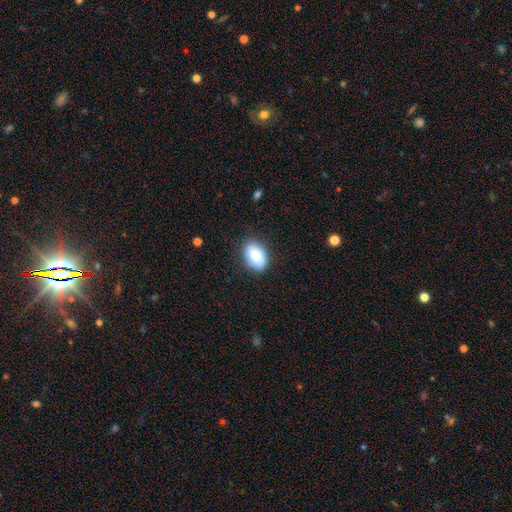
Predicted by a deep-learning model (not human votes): The model was most divided on "merging": none: 82%, minor disturbance: 14%, major disturbance: 3%, merger: 1%. More confident: how rounded — in between (86%); smooth or featured — smooth (82%).